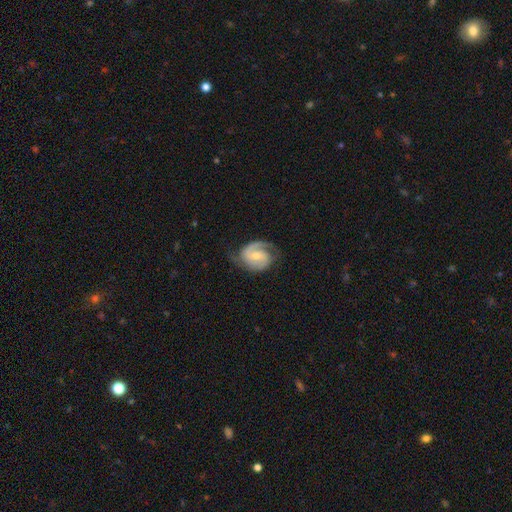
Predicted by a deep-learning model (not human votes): Q: Smooth or featured?
A: featured or disk (84%); runner-up: smooth (11%)
Q: Edge-on disk?
A: no (98%); runner-up: yes (2%)
Q: Bar?
A: weak (45%); runner-up: no (42%)
Q: Spiral arms?
A: yes (96%); runner-up: no (4%)
Q: Spiral winding?
A: medium (48%); runner-up: tight (36%)
Q: Spiral arm count?
A: 2 (72%); runner-up: 1 (17%)
Q: Bulge size?
A: moderate (52%); runner-up: small (43%)
Q: Merging?
A: none (67%); runner-up: minor disturbance (21%)